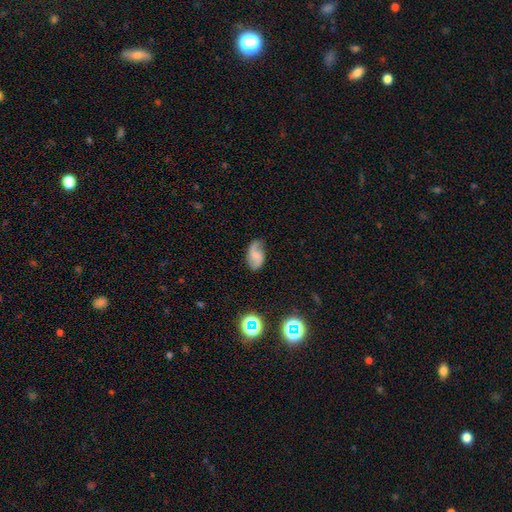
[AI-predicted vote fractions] The model was most divided on "bar": no: 44%, weak: 43%, strong: 13%. More confident: edge-on disk — no (97%); spiral arms — yes (93%); spiral arm count — 2 (89%); merging — none (74%); smooth or featured — featured or disk (63%); spiral winding — loose (58%); bulge size — none (55%).